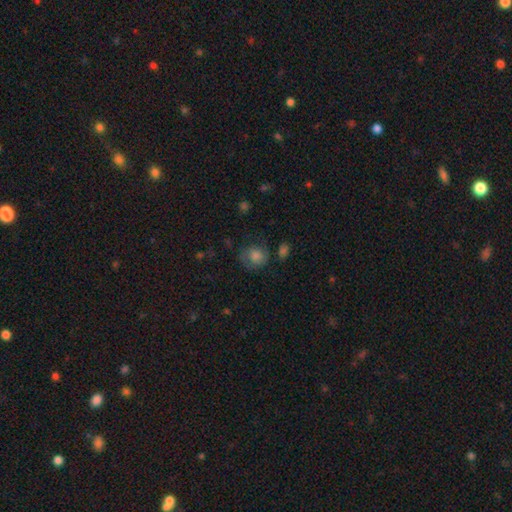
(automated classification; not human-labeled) Smooth or featured? Predicted: smooth (p=0.72). How rounded? Predicted: round (p=0.78). Merging? Predicted: none (p=0.61).